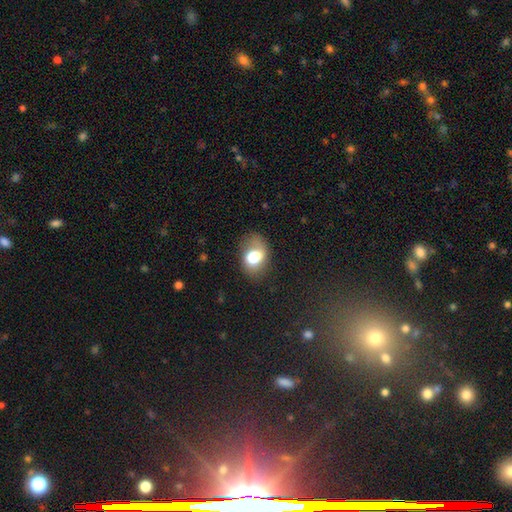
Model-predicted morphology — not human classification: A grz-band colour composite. It shows a smooth galaxy with no disk features (64%) that is in between round and cigar-shaped (75%). Merging: none (57%).